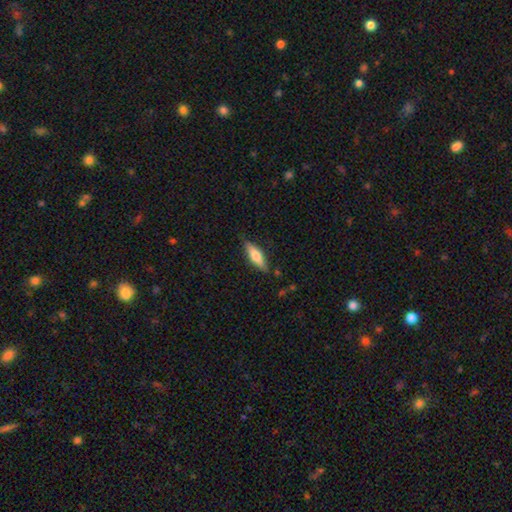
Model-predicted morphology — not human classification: Overall: smooth (61%; featured or disk 33%). How rounded: cigar-shaped (52%; in between 46%). Merging: none (83%).